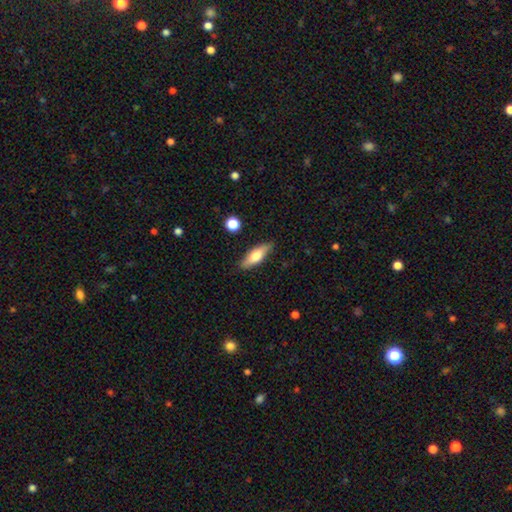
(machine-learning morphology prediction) Smooth or featured? Predicted: smooth (p=0.61). How rounded? Predicted: in between (p=0.57). Merging? Predicted: none (p=0.84).